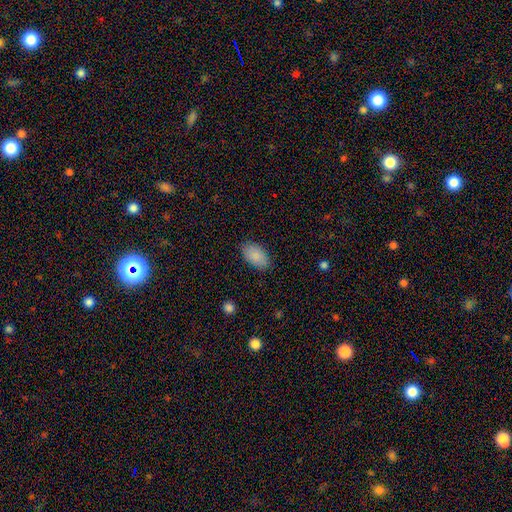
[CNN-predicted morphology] This appears to be a smooth galaxy with no disk features (89%) that is in between round and cigar-shaped (94%). Merging: none (86%).